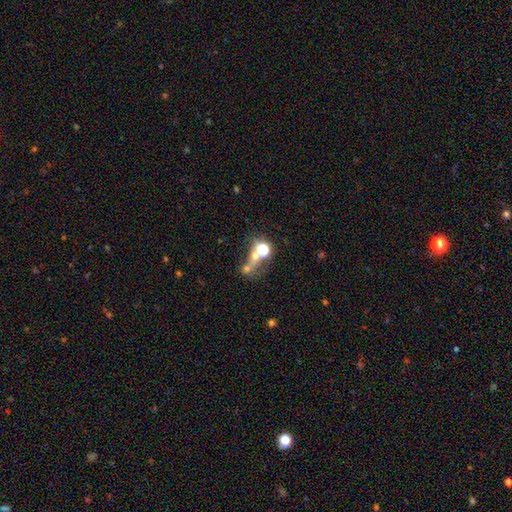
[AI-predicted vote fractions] smooth-or-featured: smooth: 47% | star or artifact: 33% | featured or disk: 20%
  merging: merger: 46% | none: 33% | major disturbance: 13% | minor disturbance: 8%